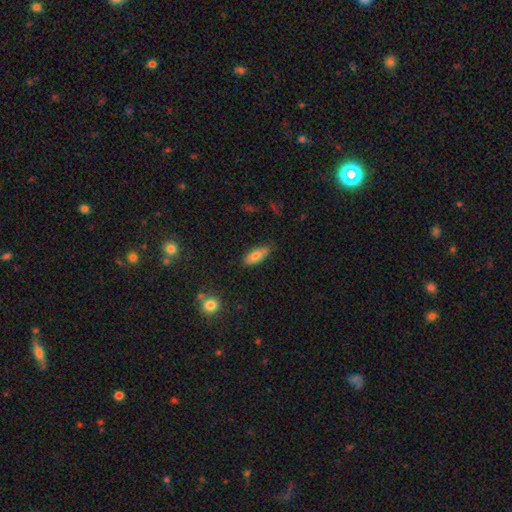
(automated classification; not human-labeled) Overall: smooth (76%). How rounded: in between (80%). Merging: none (71%).